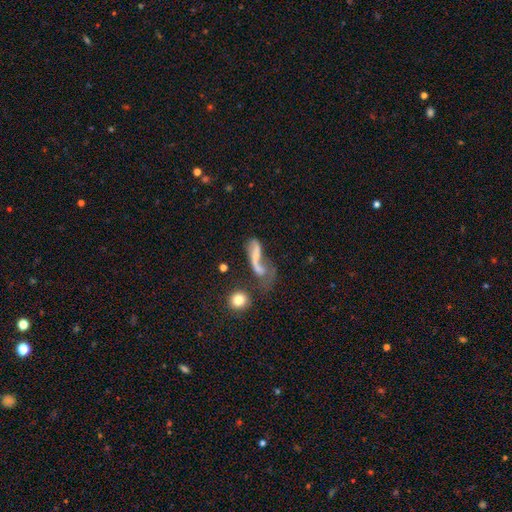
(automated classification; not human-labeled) Q: Smooth or featured?
A: featured or disk (53%); runner-up: smooth (36%)
Q: Edge-on disk?
A: no (88%); runner-up: yes (12%)
Q: Merging?
A: major disturbance (40%); runner-up: merger (28%)